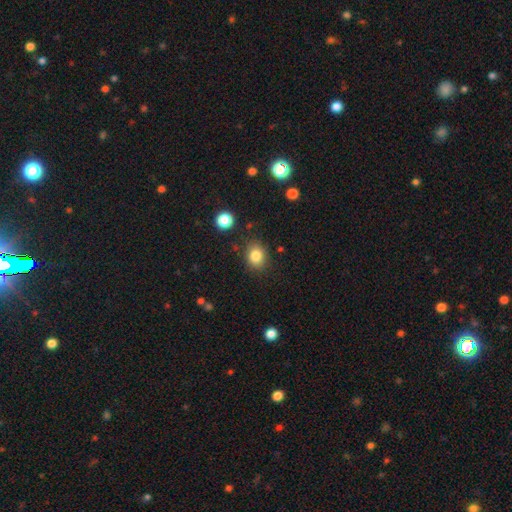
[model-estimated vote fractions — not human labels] Overall: smooth (83%). How rounded: round (58%; in between 42%). Merging: none (83%).